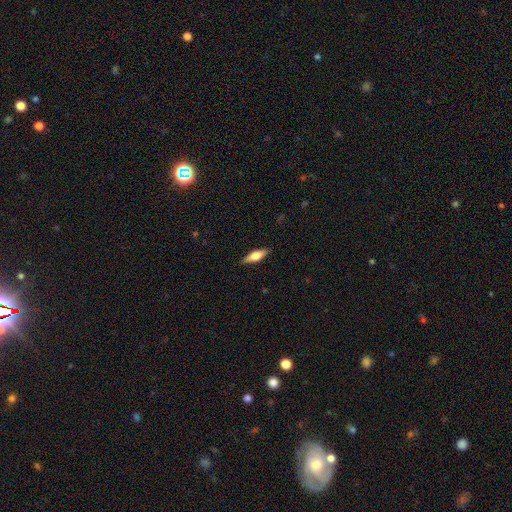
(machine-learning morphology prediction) The model was most divided on "how rounded": cigar-shaped: 51%, in between: 47%, round: 3%. More confident: merging — none (88%); smooth or featured — smooth (52%).